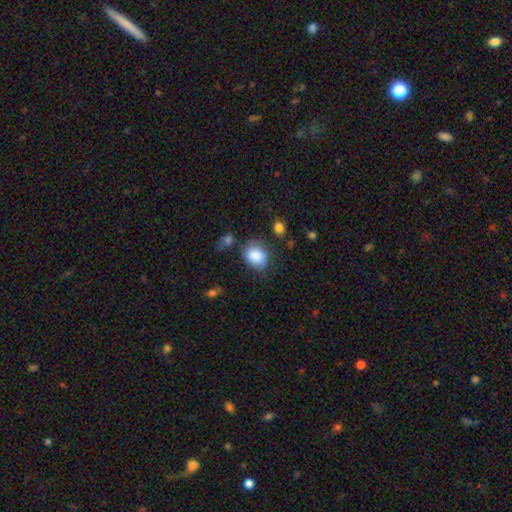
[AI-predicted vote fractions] Smooth or featured: smooth — 85% (star or artifact — 8%)
How rounded: round — 55% (in between — 44%)
Merging: none — 58% (minor disturbance — 26%)